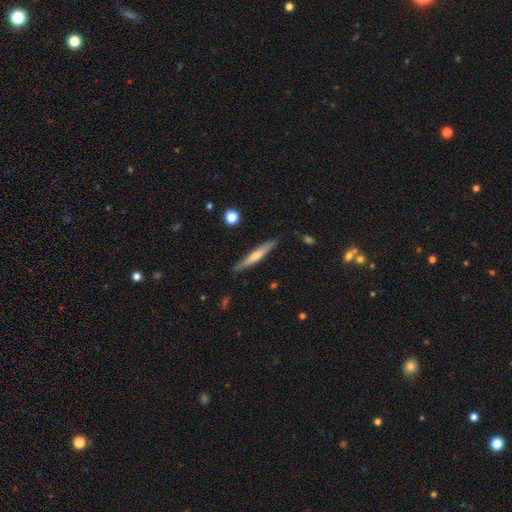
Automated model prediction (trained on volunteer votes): Smooth or featured?
  - featured or disk: 49% *
  - smooth: 45%
  - star or artifact: 6%
Merging?
  - none: 87% *
  - minor disturbance: 9%
  - major disturbance: 2%
  - merger: 2%